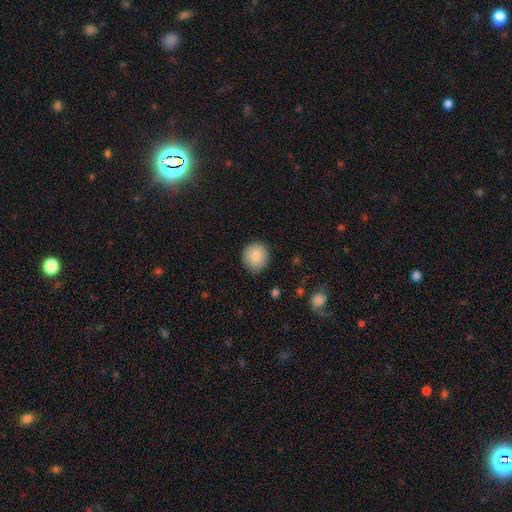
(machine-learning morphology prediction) smooth 84%, featured or disk 8%, star or artifact 8%. Down the decision tree: how rounded — round (85%); merging — none (86%).